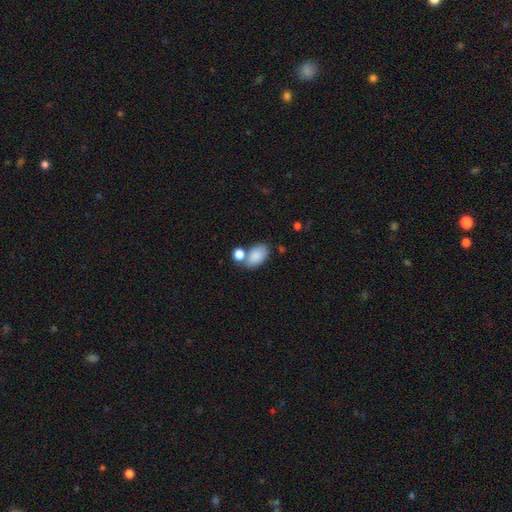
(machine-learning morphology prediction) smooth 86%, star or artifact 8%, featured or disk 7%. Down the decision tree: how rounded — in between (90%); merging — none (56%).